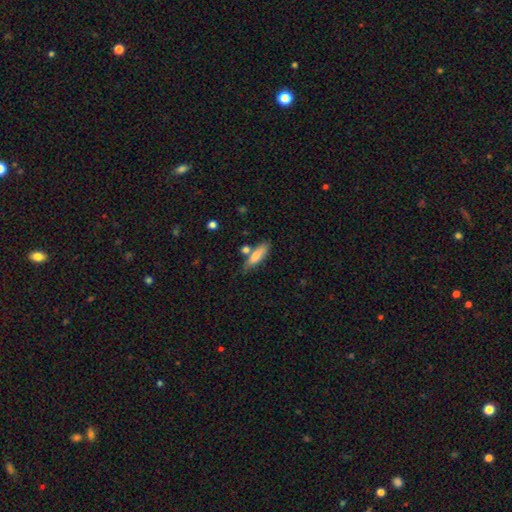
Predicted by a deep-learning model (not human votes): Smooth or featured: smooth — 75% (featured or disk — 18%)
How rounded: cigar-shaped — 52% (in between — 46%)
Merging: none — 64% (minor disturbance — 17%)